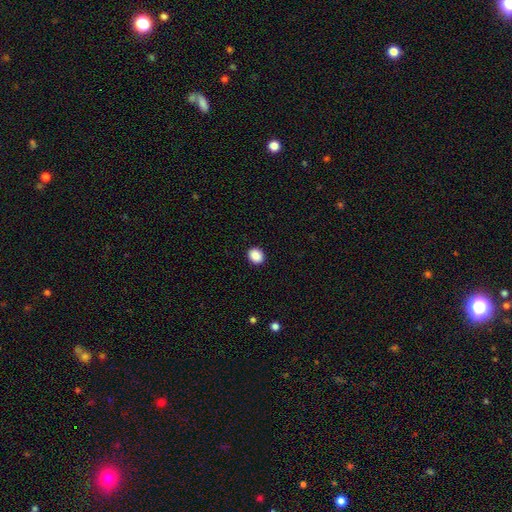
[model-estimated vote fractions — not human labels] Overall: smooth (89%). How rounded: round (57%; in between 42%). Merging: none (92%).